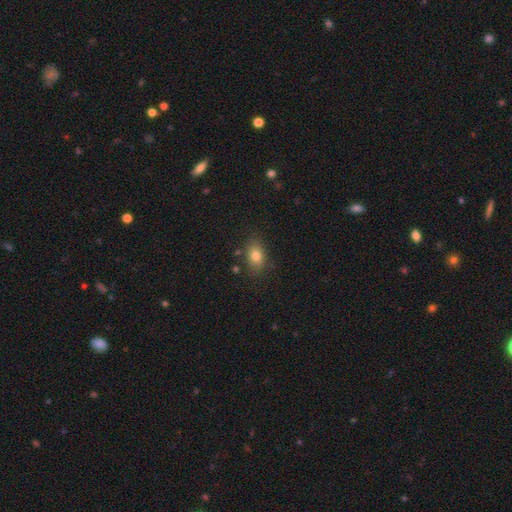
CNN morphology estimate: smooth-or-featured: smooth: 79% | star or artifact: 11% | featured or disk: 10%
  how-rounded: in between: 80% | round: 18% | cigar-shaped: 2%
  merging: none: 81% | minor disturbance: 13% | major disturbance: 3% | merger: 3%